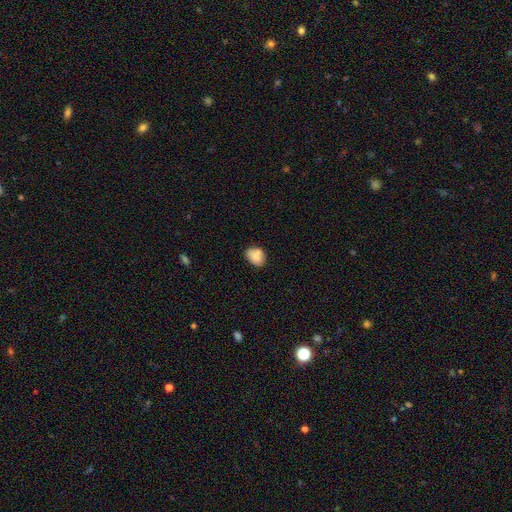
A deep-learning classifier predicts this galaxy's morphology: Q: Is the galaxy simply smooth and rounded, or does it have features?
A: smooth — 82%.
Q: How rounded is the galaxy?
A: in between — 60%.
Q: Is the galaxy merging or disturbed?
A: none — 61%.